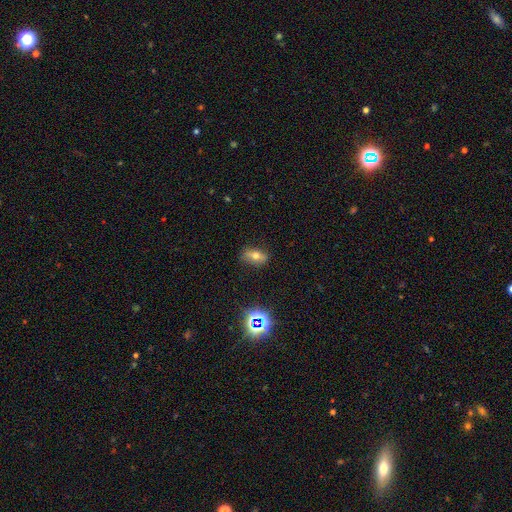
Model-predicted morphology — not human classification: smooth_or_featured: smooth (p=0.56) [alt: featured or disk p=0.27]
how_rounded: in between (p=0.78) [alt: round p=0.13]
merging: none (p=0.80) [alt: minor disturbance p=0.14]